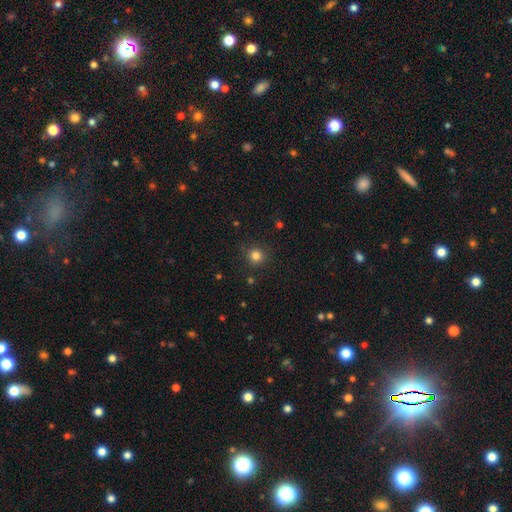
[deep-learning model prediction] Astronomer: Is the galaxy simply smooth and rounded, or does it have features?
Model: smooth — 81%.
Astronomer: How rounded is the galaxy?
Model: round — 94%.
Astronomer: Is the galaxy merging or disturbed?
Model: none — 89%.